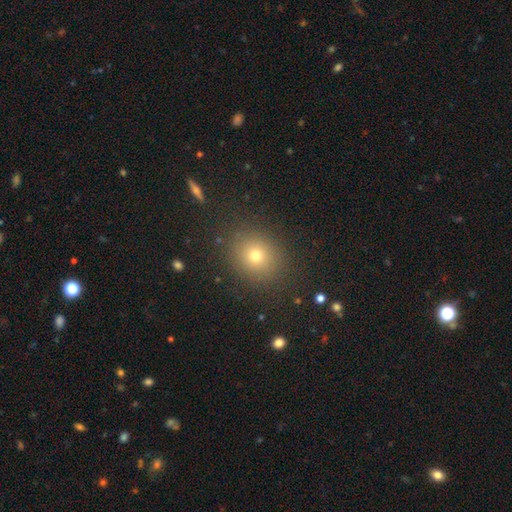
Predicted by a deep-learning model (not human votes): Q: Smooth or featured?
A: smooth (73%); runner-up: star or artifact (17%)
Q: How rounded?
A: round (73%); runner-up: in between (26%)
Q: Merging?
A: none (87%); runner-up: minor disturbance (8%)